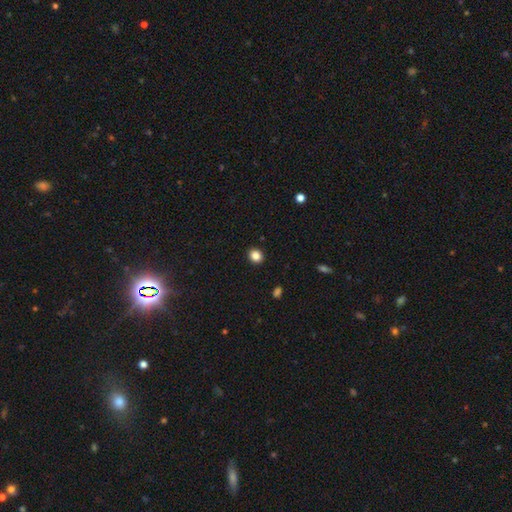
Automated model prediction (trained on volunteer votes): Smooth or featured?
  - smooth: 85% *
  - star or artifact: 11%
  - featured or disk: 4%
How rounded?
  - round: 77% *
  - in between: 23%
  - cigar-shaped: 1%
Merging?
  - none: 92% *
  - minor disturbance: 5%
  - major disturbance: 2%
  - merger: 1%